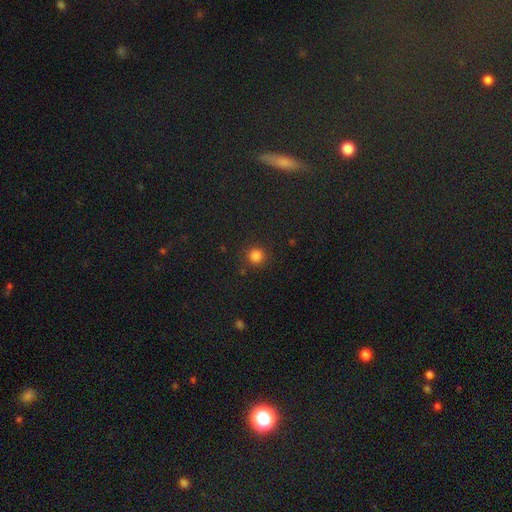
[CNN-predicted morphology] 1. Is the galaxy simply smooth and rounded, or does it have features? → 84% smooth, 13% star or artifact, 4% featured or disk.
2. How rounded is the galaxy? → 93% round, 6% in between, 1% cigar-shaped.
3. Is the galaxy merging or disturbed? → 89% none, 7% minor disturbance, 3% major disturbance, 1% merger.